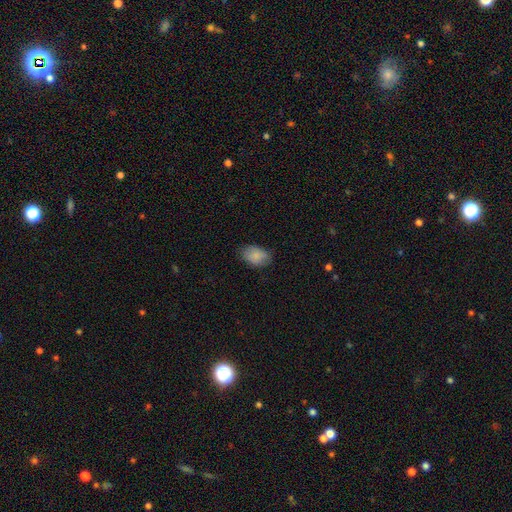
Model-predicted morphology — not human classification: The model was most divided on "merging": none: 78%, minor disturbance: 17%, major disturbance: 4%, merger: 1%. More confident: how rounded — in between (88%); smooth or featured — smooth (87%).